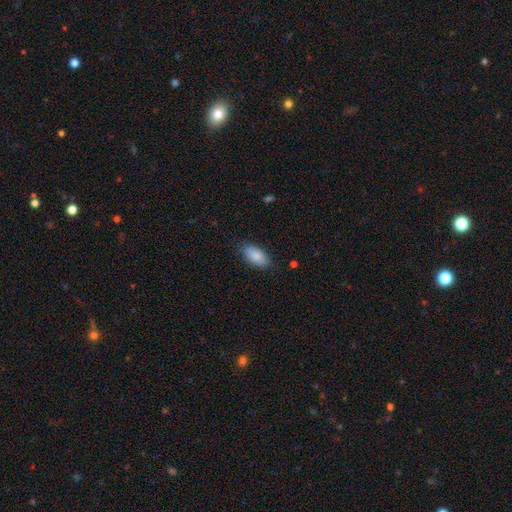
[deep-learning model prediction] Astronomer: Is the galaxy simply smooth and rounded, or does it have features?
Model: smooth — 86%.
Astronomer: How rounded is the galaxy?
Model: in between — 91%.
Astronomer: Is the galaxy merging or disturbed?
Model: none — 82%.